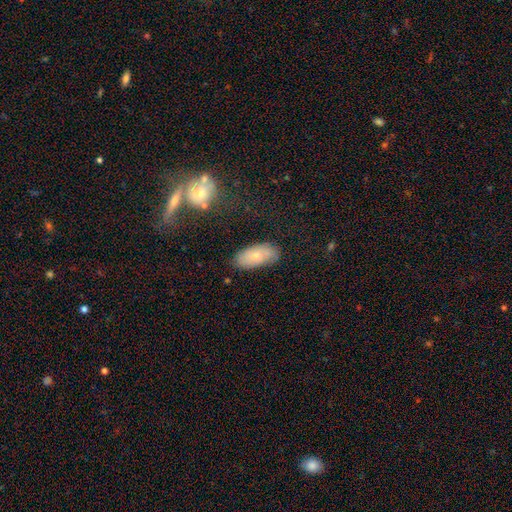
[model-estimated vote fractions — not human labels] A smooth galaxy with no disk features (70%) that is in between round and cigar-shaped (90%).

Vote fractions:
- Smooth or featured? smooth: 70% / featured or disk: 22% / star or artifact: 8%
- How rounded? in between: 90% / cigar-shaped: 8% / round: 3%
- Merging? none: 75% / minor disturbance: 18% / major disturbance: 4% / merger: 3%